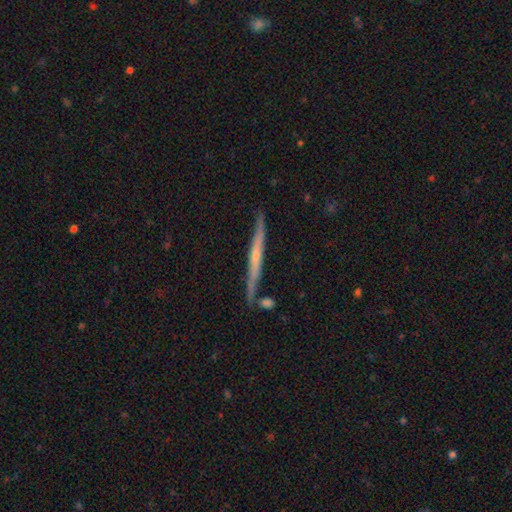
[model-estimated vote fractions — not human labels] Smooth or featured? Predicted: featured or disk (p=0.66). Edge-on disk? Predicted: yes (p=0.96). Edge-on bulge? Predicted: none (p=0.51). Merging? Predicted: none (p=0.80).